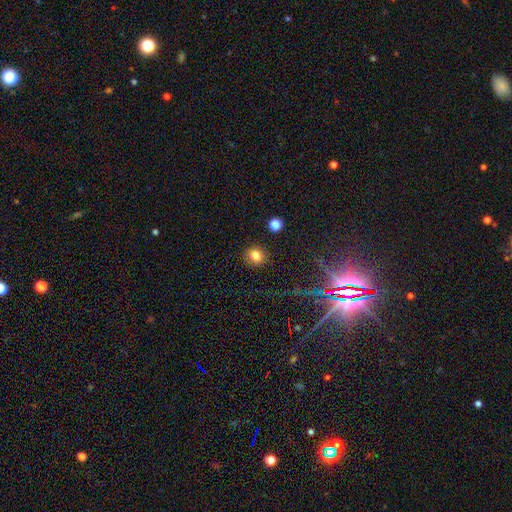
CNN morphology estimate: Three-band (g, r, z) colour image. It shows a smooth galaxy with no disk features (80%) that is round (86%). Merging: none (89%).